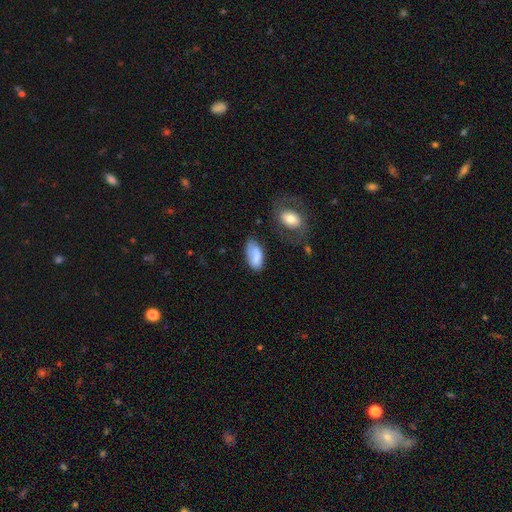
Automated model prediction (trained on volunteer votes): Smooth or featured?
  - smooth: 76% *
  - featured or disk: 16%
  - star or artifact: 8%
How rounded?
  - in between: 92% *
  - cigar-shaped: 5%
  - round: 3%
Merging?
  - none: 57% *
  - minor disturbance: 27%
  - major disturbance: 10%
  - merger: 7%